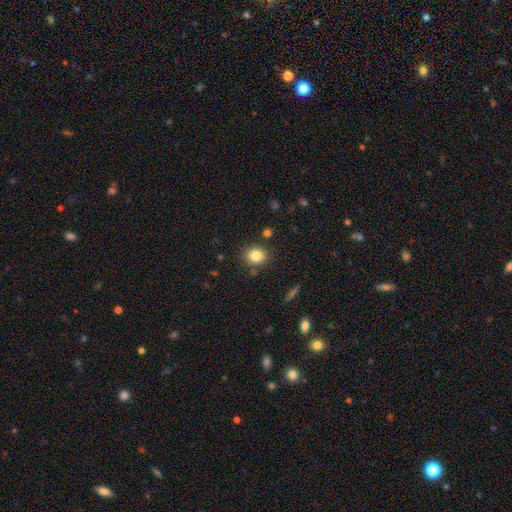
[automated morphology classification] The model was most divided on "how rounded": round: 64%, in between: 35%, cigar-shaped: 1%. More confident: merging — none (84%); smooth or featured — smooth (83%).